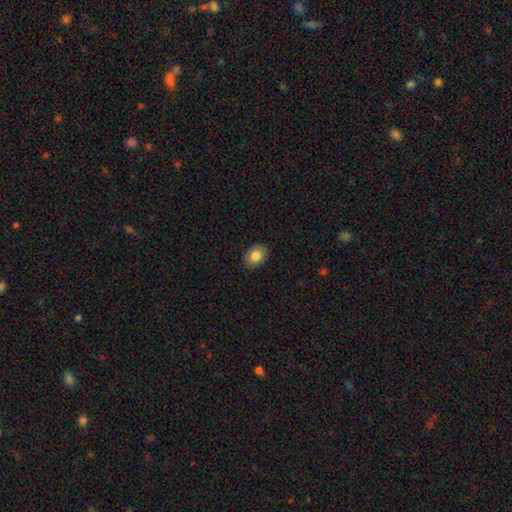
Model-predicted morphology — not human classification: This is clearly a smooth galaxy (83%). How rounded: likely in between (73%). Merging: clearly none (89%).